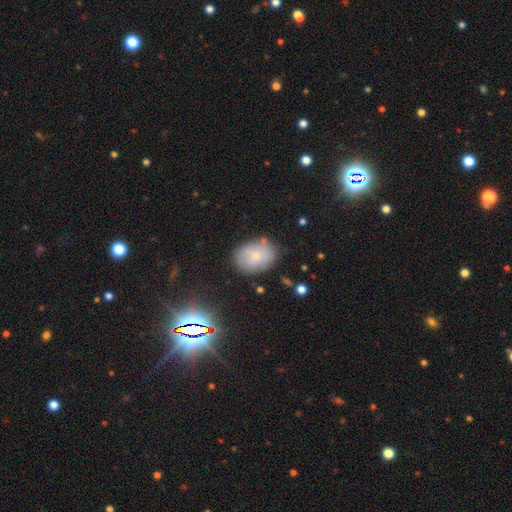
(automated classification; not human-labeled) Morphology: type=smooth (58%); roundness=in between (64%); merging=none (72%).